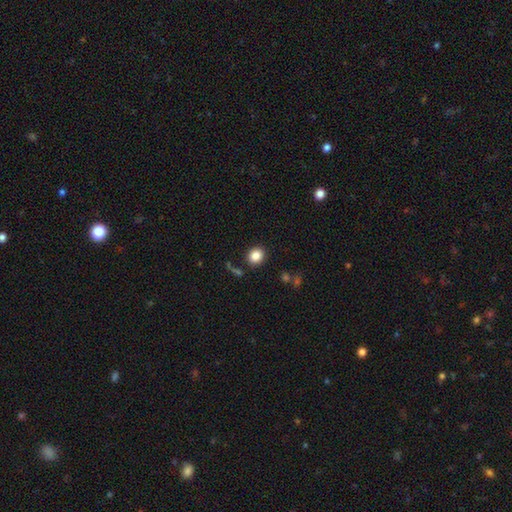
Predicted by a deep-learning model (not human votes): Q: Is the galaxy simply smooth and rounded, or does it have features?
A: smooth — 85%.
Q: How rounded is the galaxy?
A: round — 64%.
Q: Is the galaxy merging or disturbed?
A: none — 85%.